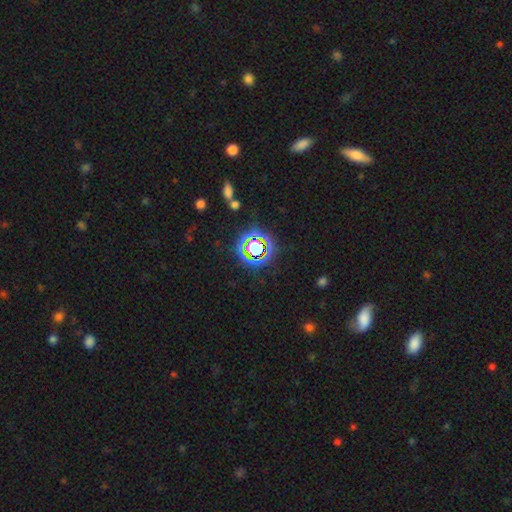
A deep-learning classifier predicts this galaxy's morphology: This appears to be a star or artifact, not a galaxy (77%).